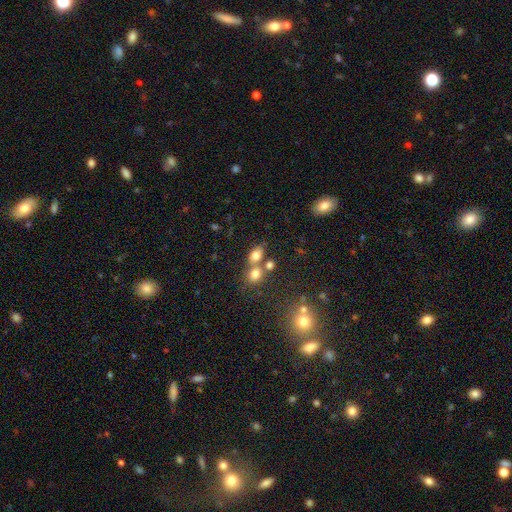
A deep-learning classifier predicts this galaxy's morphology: type=smooth (74%); roundness=in between (70%); merging=merger (44%).